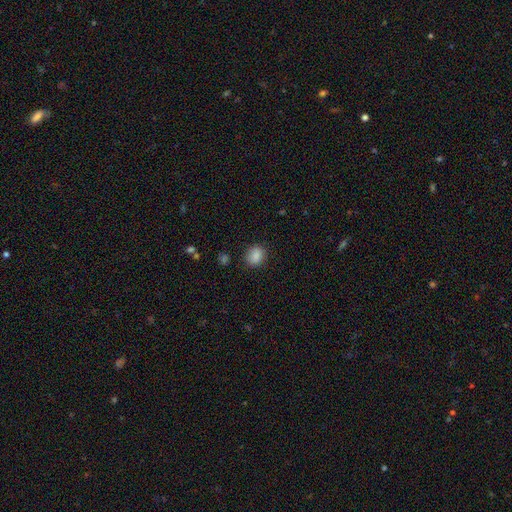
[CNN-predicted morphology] This appears to be a smooth galaxy with no disk features (86%) that is round (60%). Merging: none (85%).